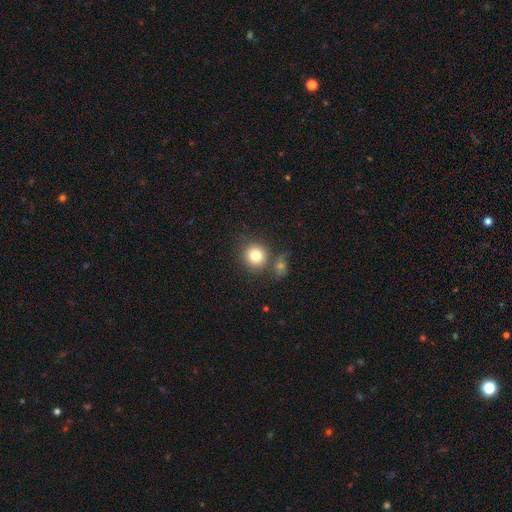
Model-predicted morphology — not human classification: Smooth or featured: smooth — 80% (star or artifact — 11%)
How rounded: round — 91% (in between — 8%)
Merging: none — 71% (merger — 15%)